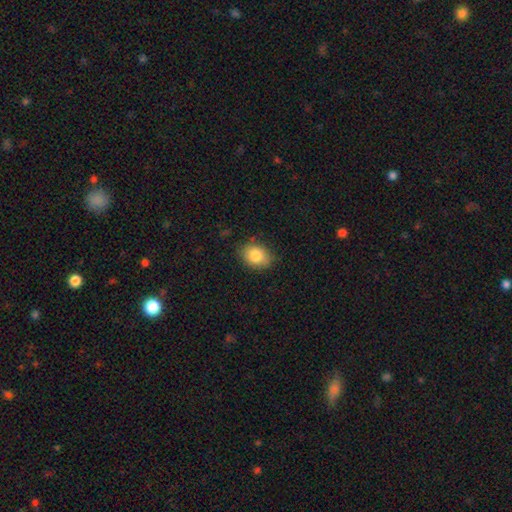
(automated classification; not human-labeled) This appears to be a smooth galaxy with no disk features (84%) that is in between round and cigar-shaped (67%). Merging: none (83%).